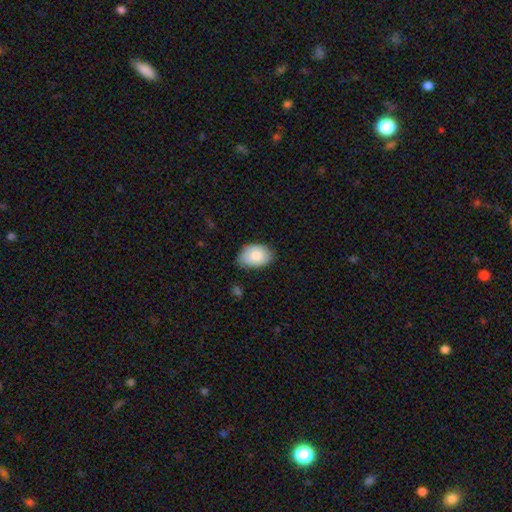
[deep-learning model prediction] A smooth galaxy with no disk features (84%) that is in between round and cigar-shaped (87%).

Vote fractions:
- Smooth or featured? smooth: 84% / featured or disk: 10% / star or artifact: 6%
- How rounded? in between: 87% / round: 12% / cigar-shaped: 1%
- Merging? none: 75% / minor disturbance: 21% / major disturbance: 3% / merger: 1%